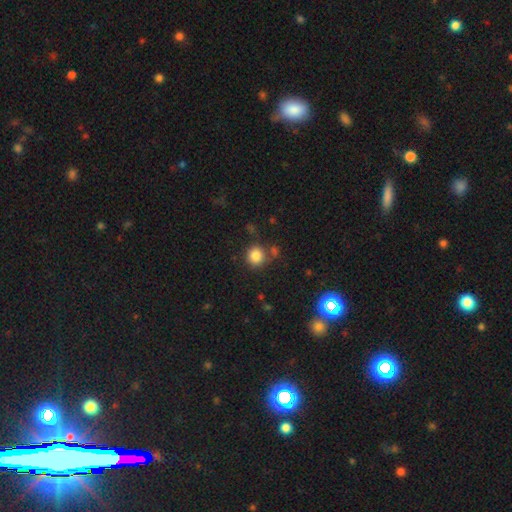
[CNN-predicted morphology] This appears to be a smooth galaxy with no disk features (84%) that is round (91%). Merging: none (75%).